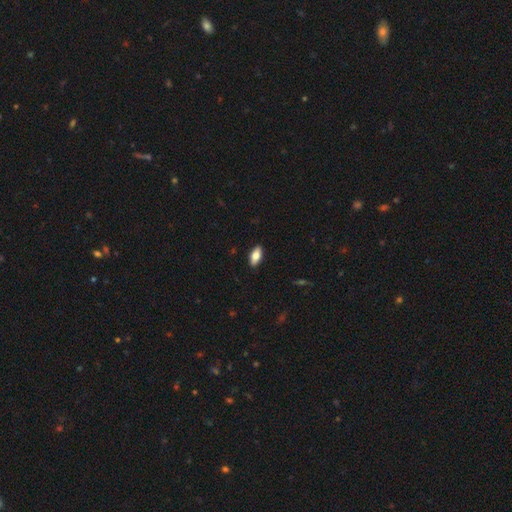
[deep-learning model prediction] Morphology: type=smooth (76%); roundness=in between (86%); merging=none (90%).